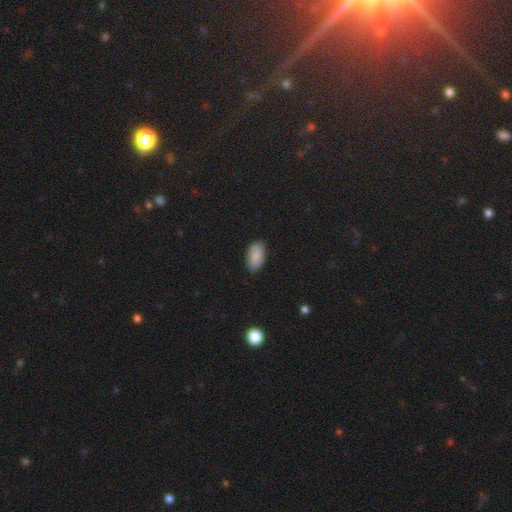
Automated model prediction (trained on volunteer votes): The model was most divided on "merging": none: 83%, minor disturbance: 13%, major disturbance: 2%, merger: 1%. More confident: how rounded — in between (94%); smooth or featured — smooth (84%).